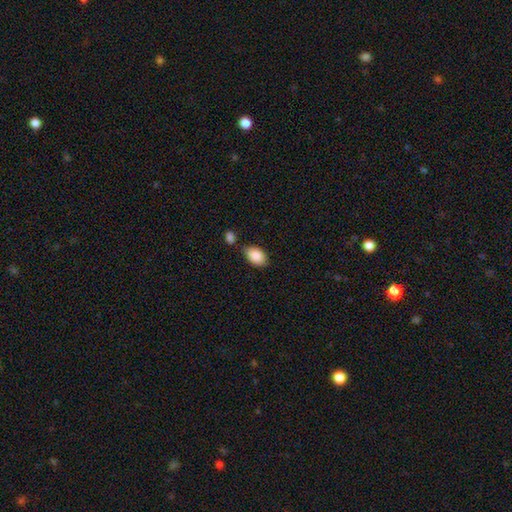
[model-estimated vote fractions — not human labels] Morphology: type=smooth (89%); roundness=in between (91%); merging=none (68%).